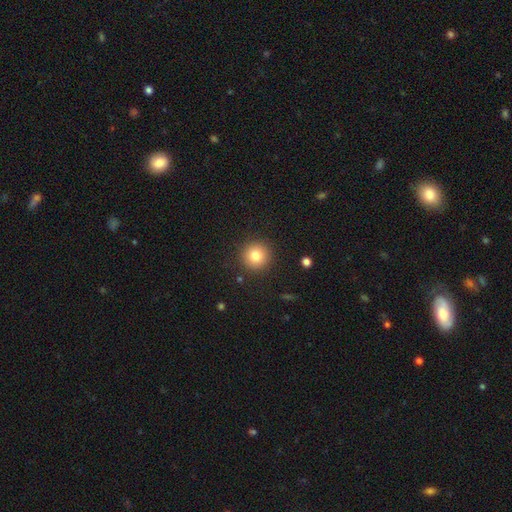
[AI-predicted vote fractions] The model was most divided on "smooth or featured": smooth: 81%, star or artifact: 11%, featured or disk: 8%. More confident: how rounded — round (95%); merging — none (91%).